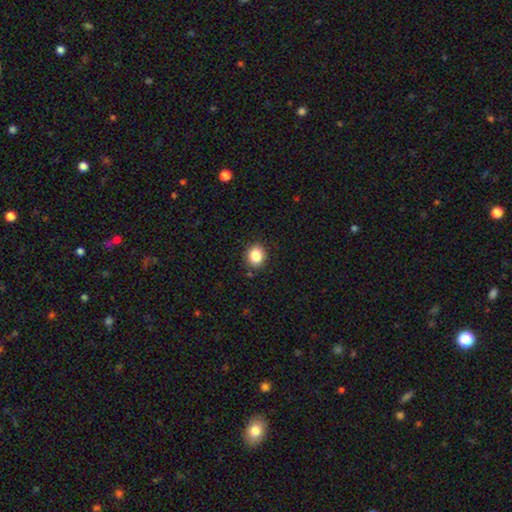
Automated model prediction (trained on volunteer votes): Smooth or featured? Predicted: smooth (p=0.86). How rounded? Predicted: round (p=0.67). Merging? Predicted: none (p=0.88).